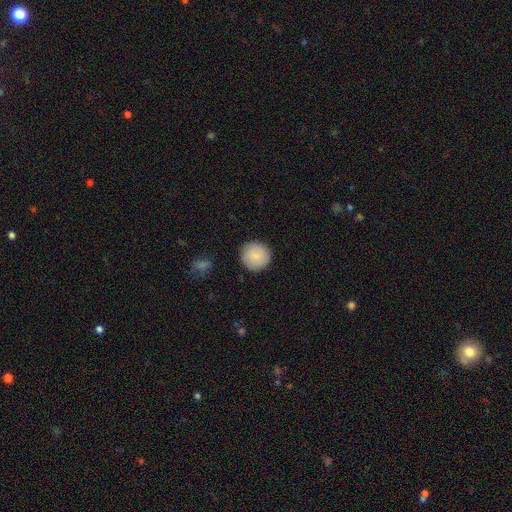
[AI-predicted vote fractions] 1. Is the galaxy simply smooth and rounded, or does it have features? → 86% smooth, 8% featured or disk, 6% star or artifact.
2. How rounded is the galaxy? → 95% round, 4% in between, 1% cigar-shaped.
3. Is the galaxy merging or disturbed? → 90% none, 7% minor disturbance, 2% major disturbance, 1% merger.